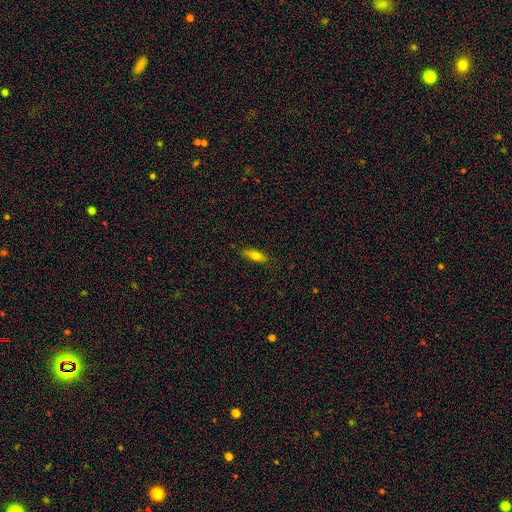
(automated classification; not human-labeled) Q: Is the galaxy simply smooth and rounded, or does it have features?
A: smooth — 73%.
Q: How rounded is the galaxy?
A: in between — 61%.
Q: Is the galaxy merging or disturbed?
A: none — 83%.